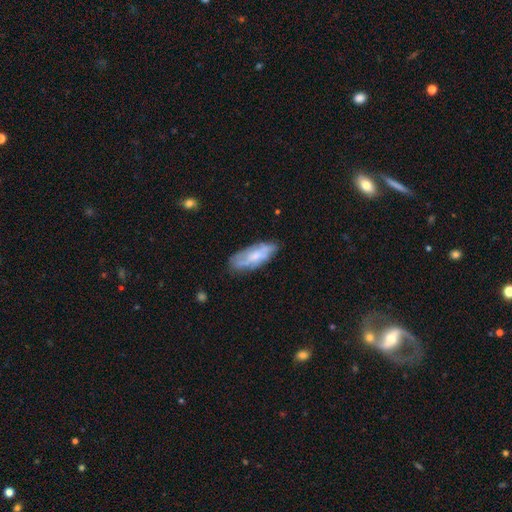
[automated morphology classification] This appears to be a smooth galaxy with no disk features (48%). Merging: none (67%).